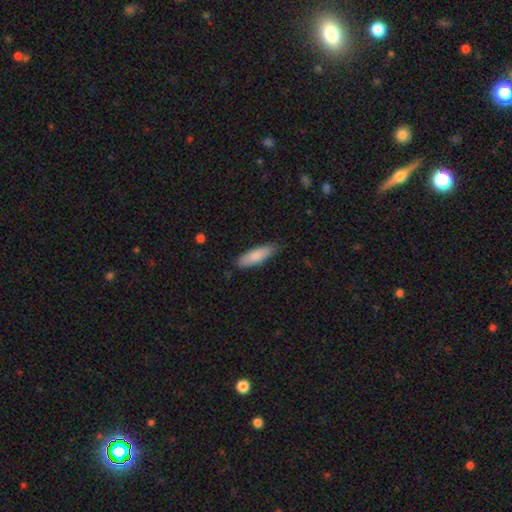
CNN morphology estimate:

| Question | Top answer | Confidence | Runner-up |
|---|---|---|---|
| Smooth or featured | smooth | 84% | featured or disk (11%) |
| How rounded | cigar-shaped | 55% | in between (44%) |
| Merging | none | 82% | minor disturbance (15%) |